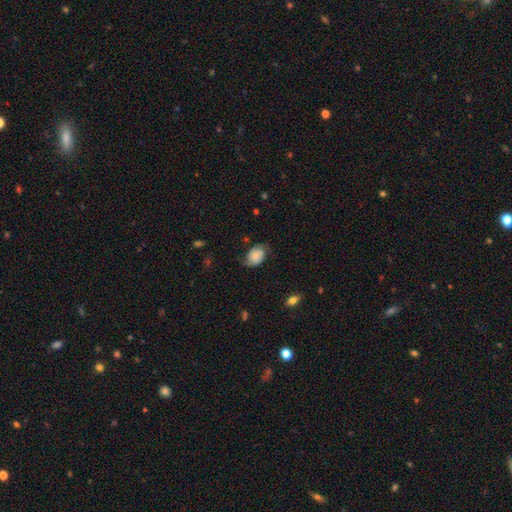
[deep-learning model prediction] Smooth or featured? smooth (49%)
Merging? none (60%)